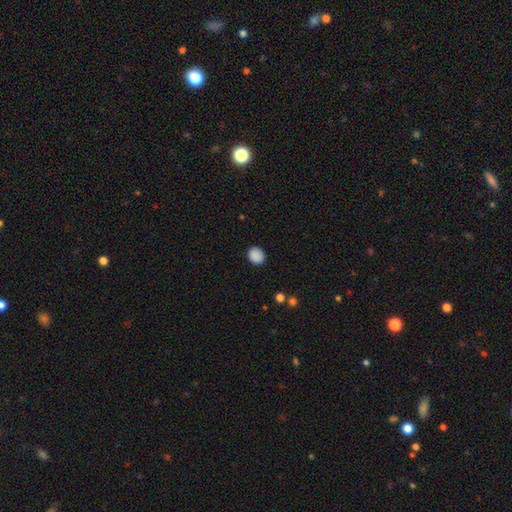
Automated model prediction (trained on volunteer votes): Smooth or featured?
  - smooth: 89% *
  - star or artifact: 9%
  - featured or disk: 3%
How rounded?
  - round: 62% *
  - in between: 37%
  - cigar-shaped: 1%
Merging?
  - none: 89% *
  - minor disturbance: 8%
  - major disturbance: 2%
  - merger: 1%